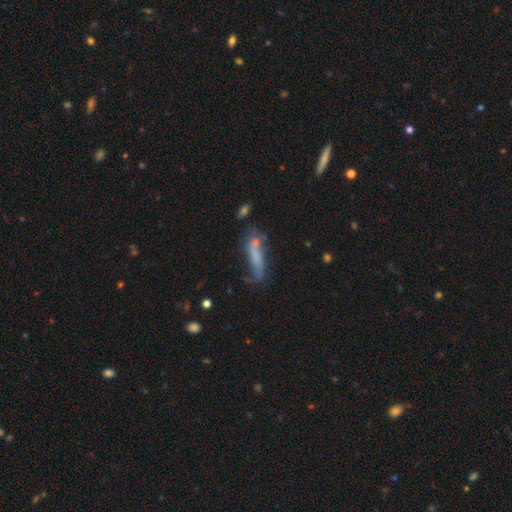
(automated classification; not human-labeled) A smooth galaxy with no disk features (55%) that is cigar-shaped (67%). Merging: none (36%).